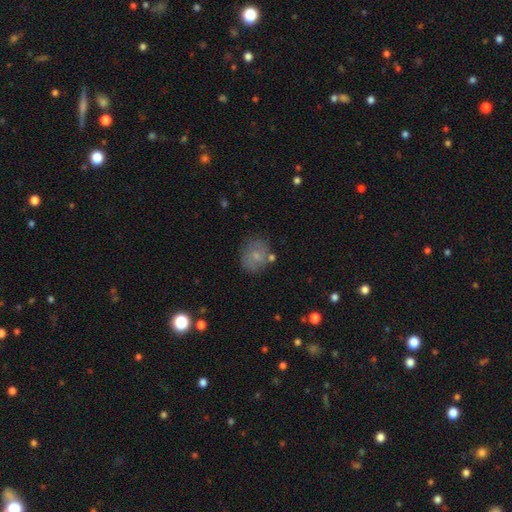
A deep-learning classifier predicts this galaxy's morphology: The model was most divided on "how rounded": round: 62%, in between: 37%, cigar-shaped: 1%. More confident: merging — none (70%); smooth or featured — smooth (60%).